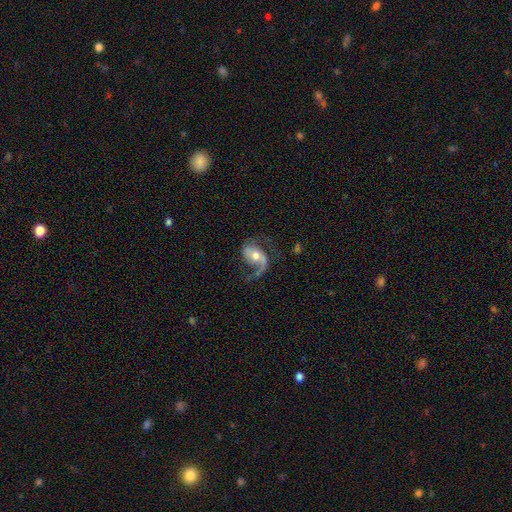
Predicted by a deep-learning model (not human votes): This is clearly a featured or disk galaxy (81%). It is clearly not viewed edge-on (97%). Bar: possibly no (49%). Spiral arm pattern: clearly yes (94%). Spiral arm count: possibly 2 (60%). Spiral winding: possibly loose (53%). Central bulge: likely moderate (69%). Merging: possibly none (52%).